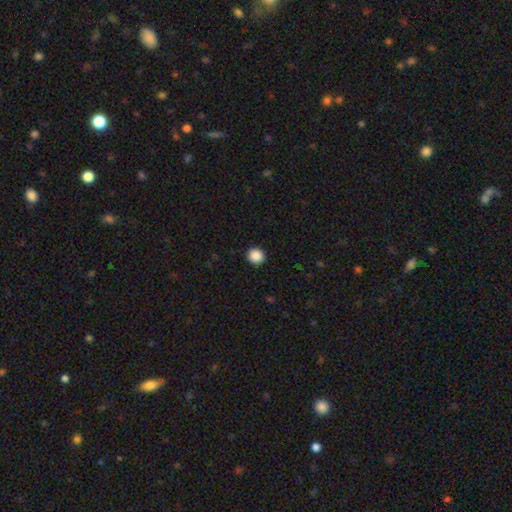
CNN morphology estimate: Smooth or featured: smooth — 89% (star or artifact — 9%)
How rounded: round — 92% (in between — 7%)
Merging: none — 93% (minor disturbance — 4%)